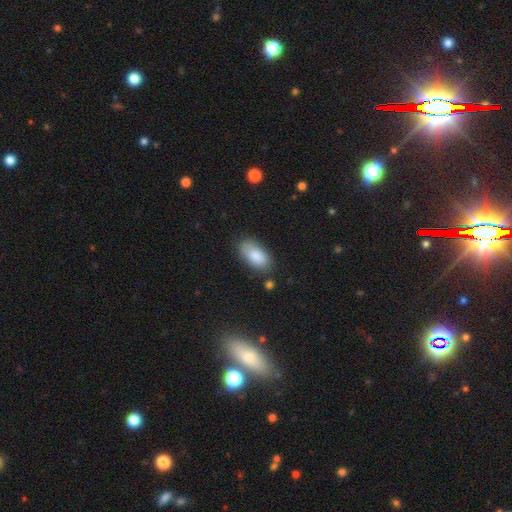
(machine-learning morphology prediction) Smooth or featured? smooth (85%)
How rounded? in between (93%)
Merging? none (77%)